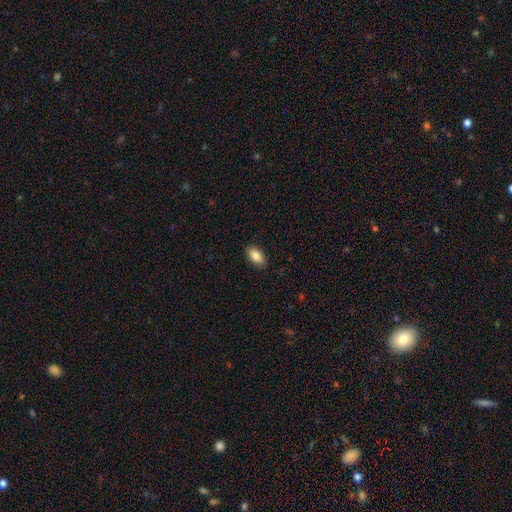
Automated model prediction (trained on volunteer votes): smooth_or_featured: smooth (p=0.86) [alt: star or artifact p=0.07]
how_rounded: in between (p=0.93) [alt: round p=0.04]
merging: none (p=0.88) [alt: minor disturbance p=0.09]